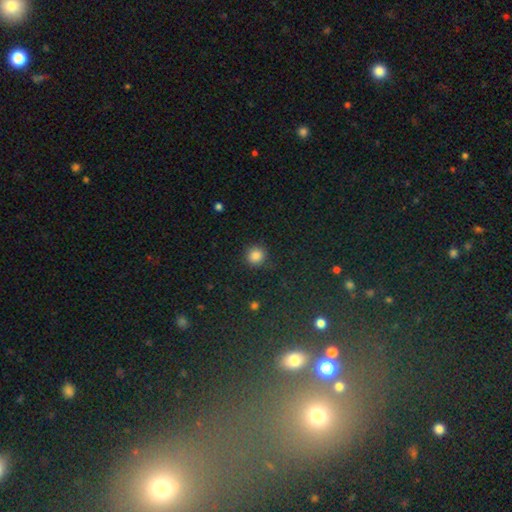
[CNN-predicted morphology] smooth 84%, star or artifact 12%, featured or disk 4%. Down the decision tree: how rounded — round (92%); merging — none (89%).